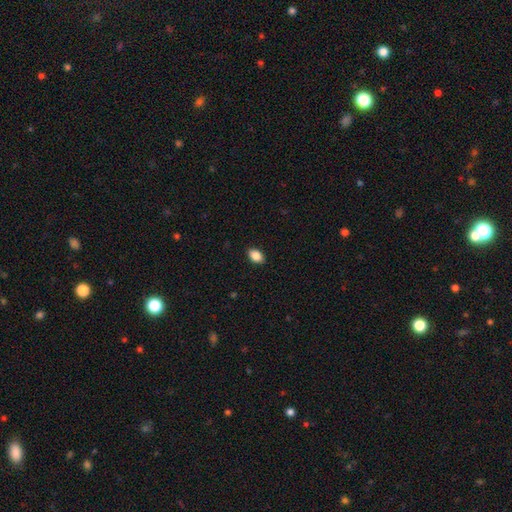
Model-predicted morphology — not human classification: smooth_or_featured: smooth (p=0.87) [alt: star or artifact p=0.08]
how_rounded: in between (p=0.87) [alt: round p=0.11]
merging: none (p=0.90) [alt: minor disturbance p=0.08]